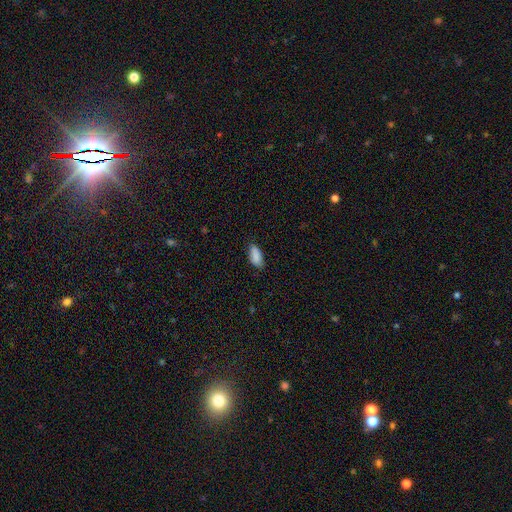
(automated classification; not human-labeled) Morphology: type=smooth (89%); roundness=in between (88%); merging=none (80%).